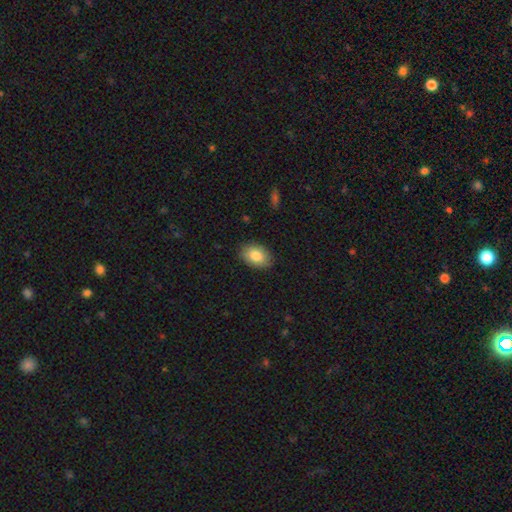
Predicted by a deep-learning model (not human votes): This is clearly a smooth galaxy (84%). How rounded: clearly in between (87%). Merging: clearly none (86%).